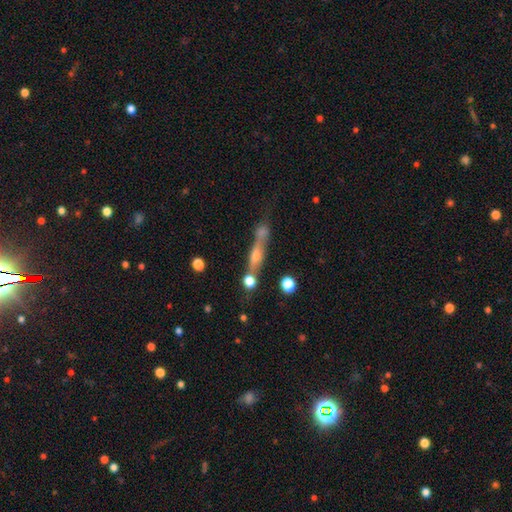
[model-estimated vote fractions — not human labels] The model was most divided on "smooth or featured": featured or disk: 53%, smooth: 34%, star or artifact: 13%. Remaining: edge-on disk — yes (78%); merging — none (48%).